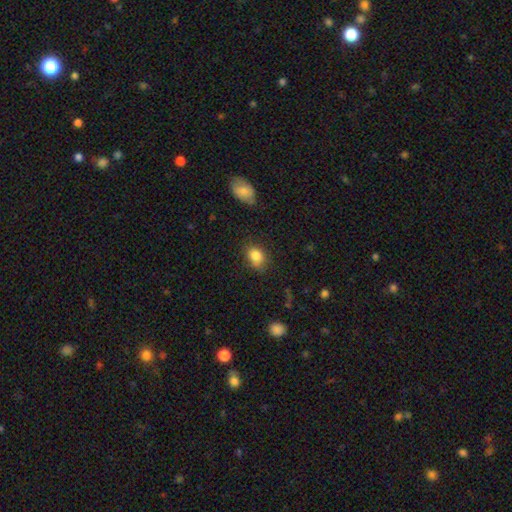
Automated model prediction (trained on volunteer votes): smooth_or_featured: smooth (p=0.84) [alt: star or artifact p=0.10]
how_rounded: in between (p=0.58) [alt: round p=0.41]
merging: none (p=0.71) [alt: minor disturbance p=0.22]